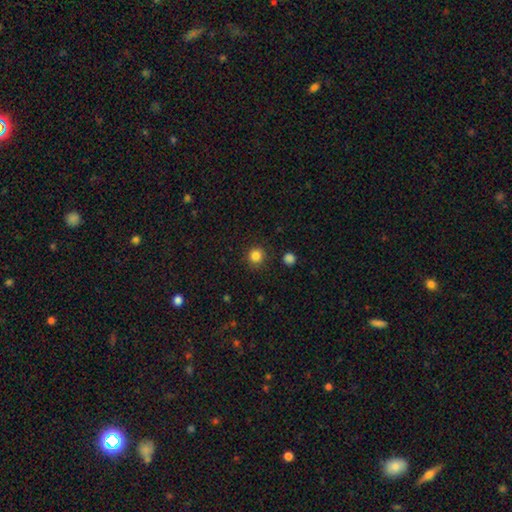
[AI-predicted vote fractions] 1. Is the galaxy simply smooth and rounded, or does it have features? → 84% smooth, 12% star or artifact, 4% featured or disk.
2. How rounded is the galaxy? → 93% round, 6% in between, 1% cigar-shaped.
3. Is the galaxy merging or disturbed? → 89% none, 7% minor disturbance, 2% major disturbance, 2% merger.